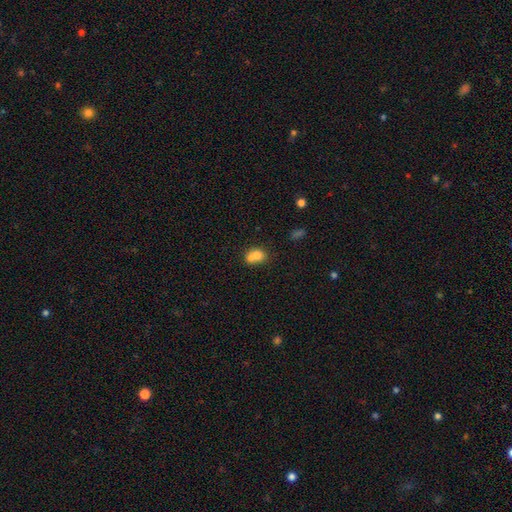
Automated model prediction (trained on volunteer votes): The model was most divided on "how rounded": round: 52%, in between: 47%, cigar-shaped: 1%. More confident: smooth or featured — smooth (74%); merging — merger (54%).